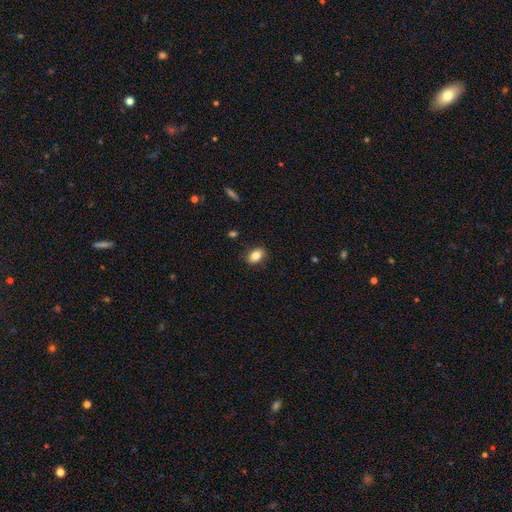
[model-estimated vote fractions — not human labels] Smooth or featured? Predicted: smooth (p=0.83). How rounded? Predicted: in between (p=0.81). Merging? Predicted: none (p=0.85).